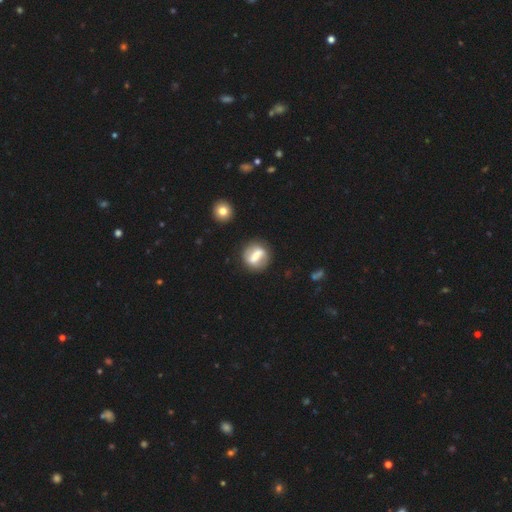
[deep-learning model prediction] Morphology: type=featured or disk (54%); edge-on=no (89%); merging=none (81%).